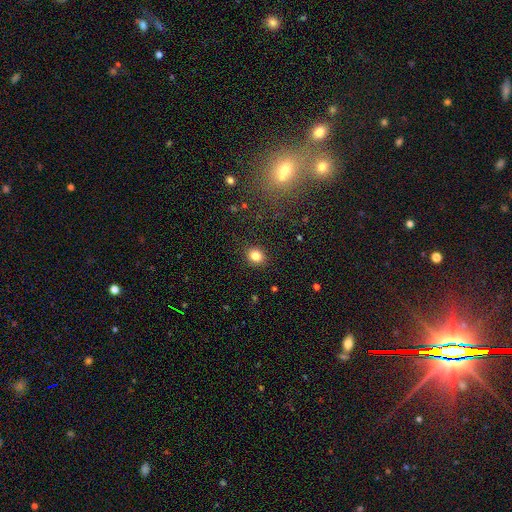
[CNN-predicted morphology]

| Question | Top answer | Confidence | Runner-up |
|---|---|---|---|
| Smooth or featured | smooth | 83% | star or artifact (11%) |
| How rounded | round | 66% | in between (33%) |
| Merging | none | 89% | minor disturbance (7%) |